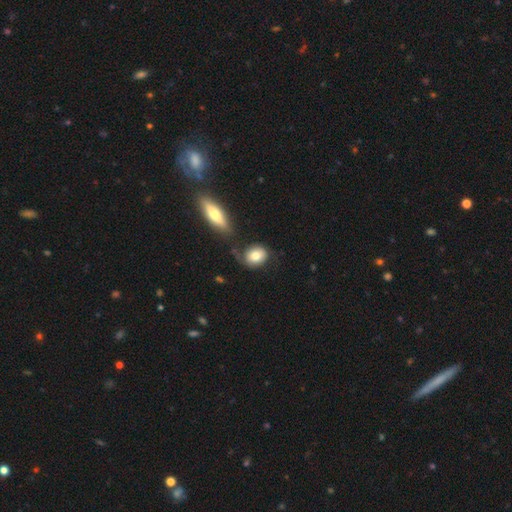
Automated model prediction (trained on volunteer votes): This appears to be a smooth galaxy with no disk features (78%) that is round (60%). Merging: none (66%).